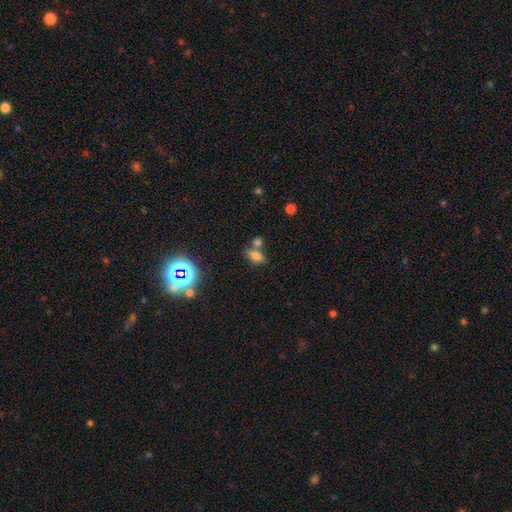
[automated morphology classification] A smooth galaxy with no disk features (72%) that is in between round and cigar-shaped (83%).

Vote fractions:
- Smooth or featured? smooth: 72% / star or artifact: 16% / featured or disk: 12%
- How rounded? in between: 83% / round: 11% / cigar-shaped: 6%
- Merging? none: 55% / merger: 29% / minor disturbance: 12% / major disturbance: 4%